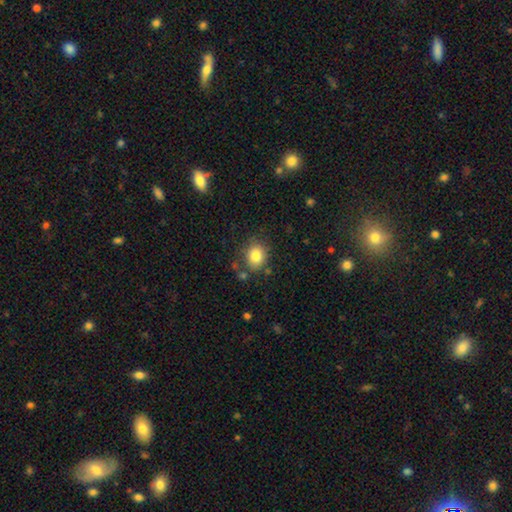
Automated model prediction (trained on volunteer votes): Smooth or featured? Predicted: smooth (p=0.82). How rounded? Predicted: round (p=0.60). Merging? Predicted: none (p=0.76).